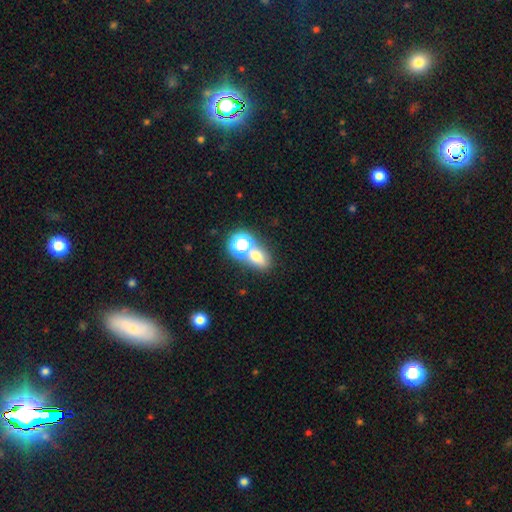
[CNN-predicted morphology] Smooth or featured?
  - smooth: 63% *
  - star or artifact: 25%
  - featured or disk: 13%
How rounded?
  - in between: 52% *
  - round: 46%
  - cigar-shaped: 2%
Merging?
  - none: 47% *
  - merger: 38%
  - minor disturbance: 10%
  - major disturbance: 5%